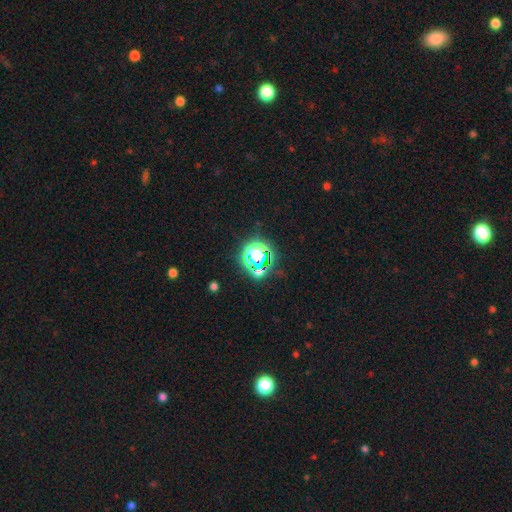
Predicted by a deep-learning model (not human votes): A star or artifact, not a galaxy (65%).